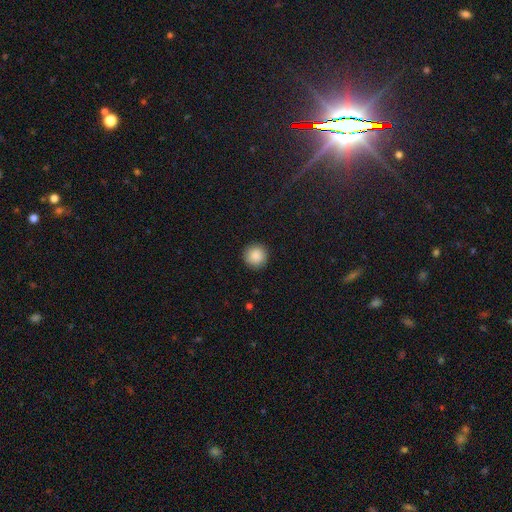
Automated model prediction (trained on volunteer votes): This is clearly a smooth galaxy (89%). How rounded: clearly round (96%). Merging: clearly none (91%).